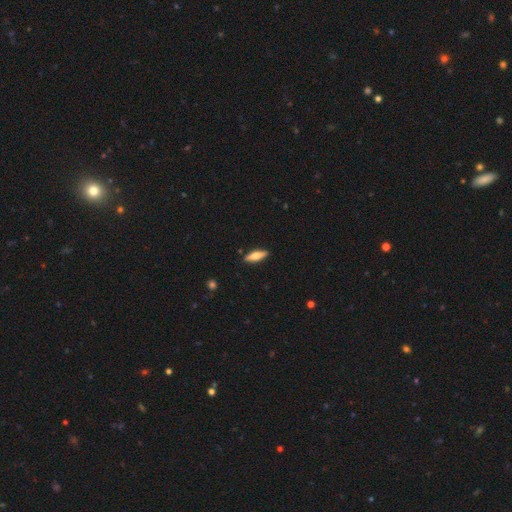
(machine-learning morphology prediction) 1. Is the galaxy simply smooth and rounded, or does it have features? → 65% smooth, 29% featured or disk, 6% star or artifact.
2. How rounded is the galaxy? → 52% cigar-shaped, 46% in between, 2% round.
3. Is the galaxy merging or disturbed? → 88% none, 9% minor disturbance, 2% major disturbance, 1% merger.